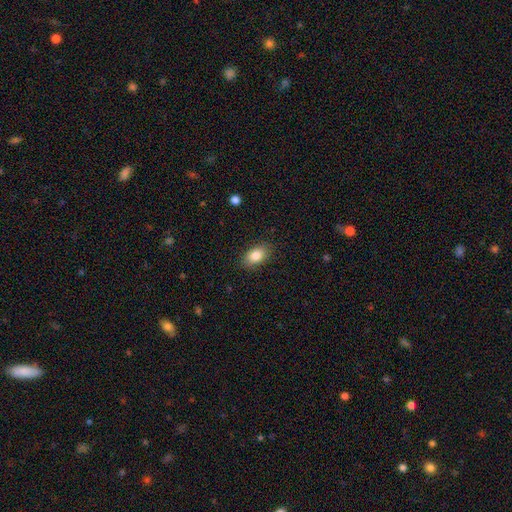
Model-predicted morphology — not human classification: A smooth galaxy with no disk features (85%) that is in between round and cigar-shaped (88%).

Vote fractions:
- Smooth or featured? smooth: 85% / star or artifact: 8% / featured or disk: 7%
- How rounded? in between: 88% / round: 10% / cigar-shaped: 2%
- Merging? none: 86% / minor disturbance: 10% / major disturbance: 3% / merger: 1%